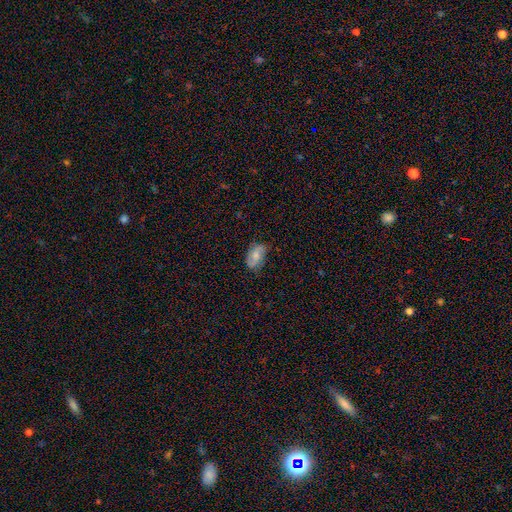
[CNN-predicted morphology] Smooth or featured? smooth (58%)
How rounded? in between (91%)
Merging? none (68%)